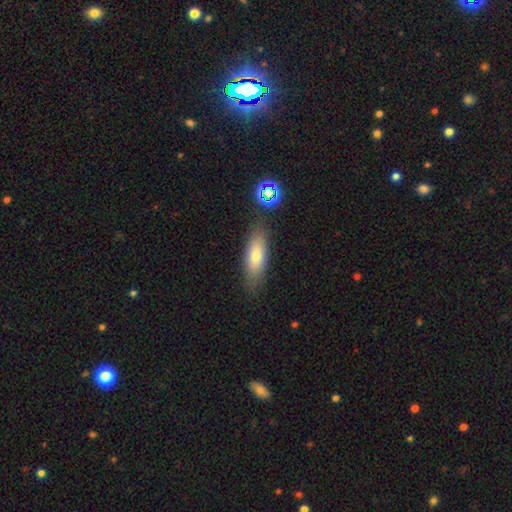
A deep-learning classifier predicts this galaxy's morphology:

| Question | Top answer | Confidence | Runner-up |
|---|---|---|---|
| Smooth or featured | smooth | 74% | featured or disk (17%) |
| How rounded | in between | 57% | cigar-shaped (40%) |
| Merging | none | 80% | minor disturbance (13%) |